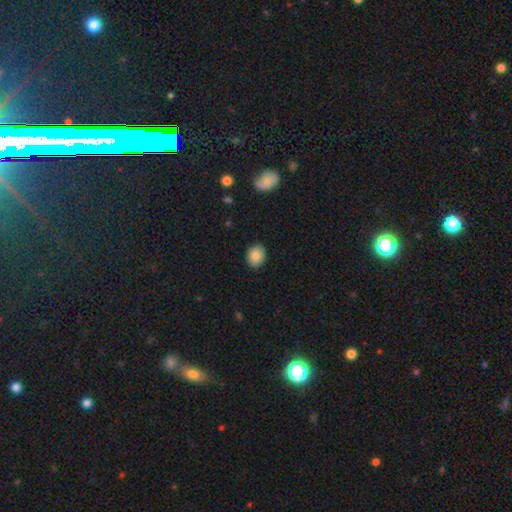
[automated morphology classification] Q: Smooth or featured?
A: smooth (86%); runner-up: star or artifact (8%)
Q: How rounded?
A: in between (54%); runner-up: round (45%)
Q: Merging?
A: none (88%); runner-up: minor disturbance (9%)